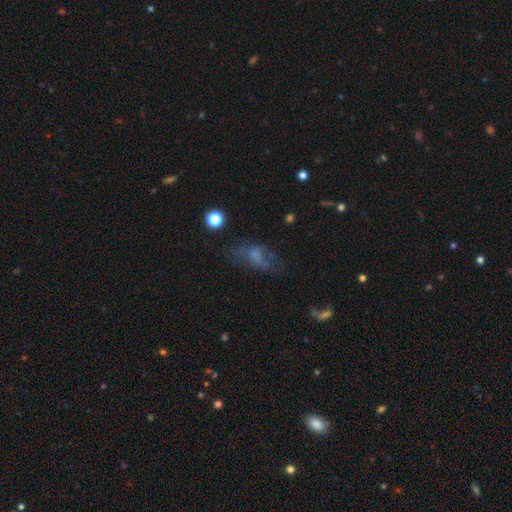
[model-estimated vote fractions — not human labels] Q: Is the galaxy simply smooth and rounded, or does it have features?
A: smooth — 50%.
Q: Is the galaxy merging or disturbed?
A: none — 46%.